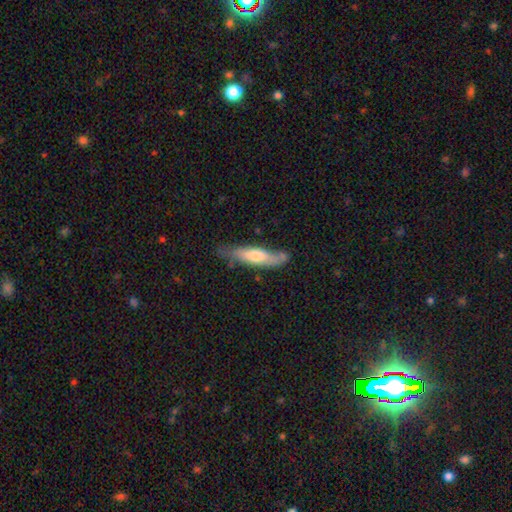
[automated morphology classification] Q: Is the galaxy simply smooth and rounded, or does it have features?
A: smooth — 55%.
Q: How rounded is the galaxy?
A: cigar-shaped — 78%.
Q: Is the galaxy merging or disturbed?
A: none — 64%.